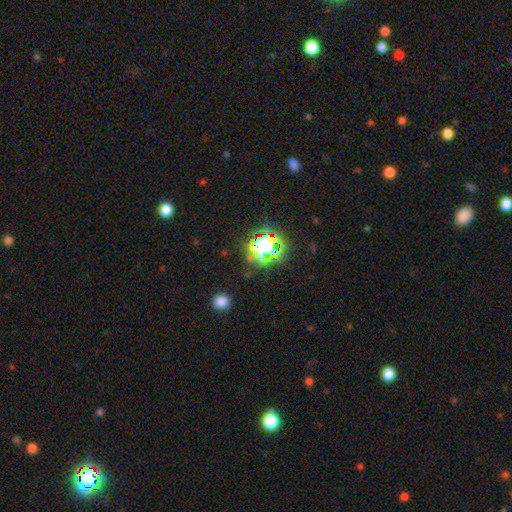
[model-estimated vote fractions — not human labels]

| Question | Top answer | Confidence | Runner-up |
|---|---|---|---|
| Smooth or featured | star or artifact | 69% | smooth (22%) |